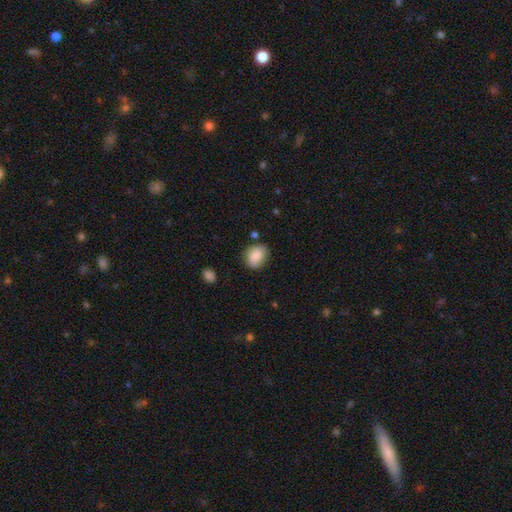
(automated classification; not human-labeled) This appears to be a smooth galaxy with no disk features (81%) that is in between round and cigar-shaped (50%). Merging: none (73%).